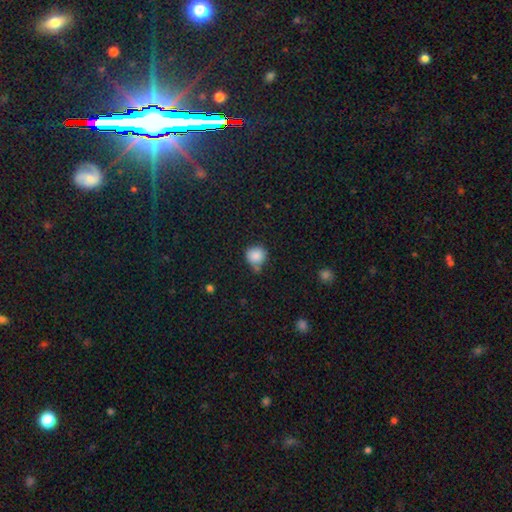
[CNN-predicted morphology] Smooth or featured: smooth — 85% (star or artifact — 10%)
How rounded: round — 88% (in between — 11%)
Merging: none — 57% (minor disturbance — 26%)